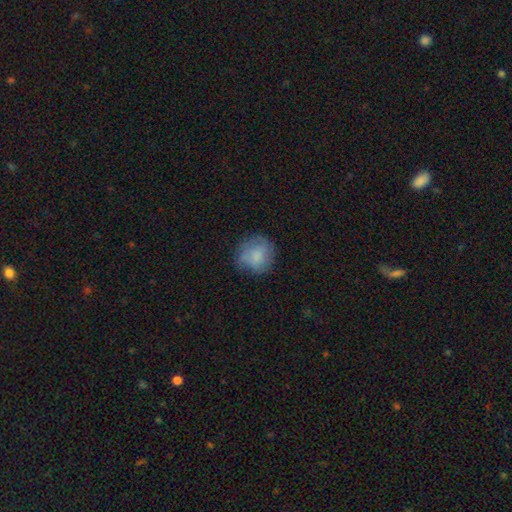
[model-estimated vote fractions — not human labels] smooth-or-featured: smooth: 75% | featured or disk: 17% | star or artifact: 8%
  how-rounded: round: 84% | in between: 15% | cigar-shaped: 1%
  merging: none: 68% | minor disturbance: 22% | major disturbance: 9% | merger: 1%